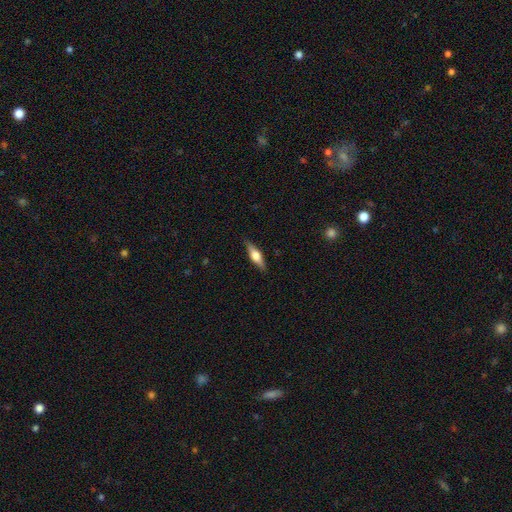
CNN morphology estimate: Smooth or featured? Predicted: featured or disk (p=0.57). Edge-on disk? Predicted: yes (p=0.95). Edge-on bulge? Predicted: rounded (p=0.90). Merging? Predicted: none (p=0.88).